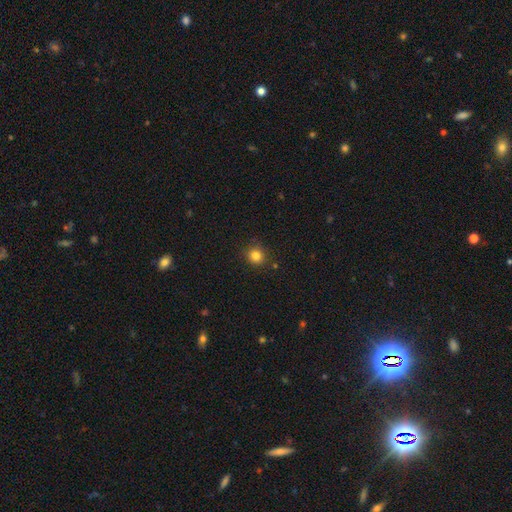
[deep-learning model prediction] Smooth or featured?
  - smooth: 82% *
  - star or artifact: 13%
  - featured or disk: 5%
How rounded?
  - round: 91% *
  - in between: 8%
  - cigar-shaped: 1%
Merging?
  - none: 88% *
  - minor disturbance: 8%
  - major disturbance: 2%
  - merger: 2%